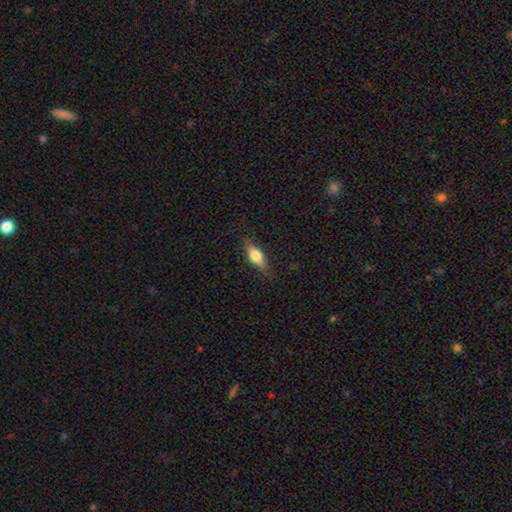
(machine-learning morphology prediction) Smooth or featured? Predicted: smooth (p=0.57). How rounded? Predicted: in between (p=0.63). Merging? Predicted: none (p=0.80).